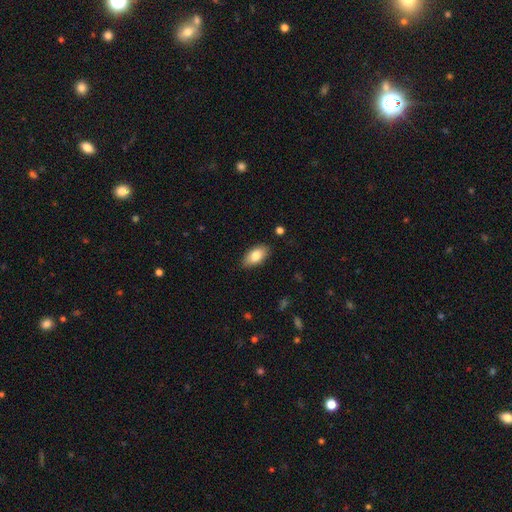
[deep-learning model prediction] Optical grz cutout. It shows a smooth galaxy with no disk features (81%) that is in between round and cigar-shaped (92%). Merging: none (87%).